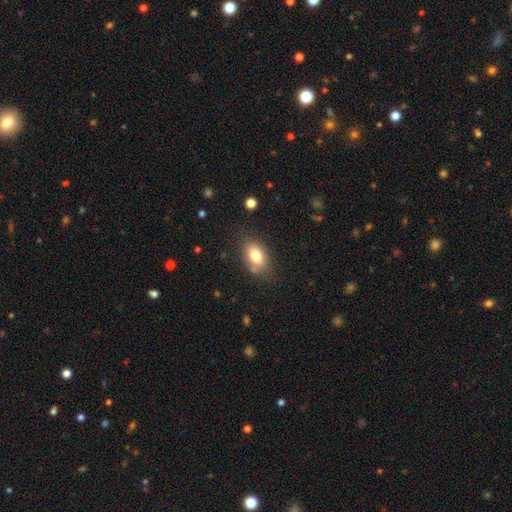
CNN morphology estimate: smooth_or_featured: smooth (p=0.79) [alt: featured or disk p=0.13]
how_rounded: in between (p=0.86) [alt: round p=0.12]
merging: none (p=0.75) [alt: minor disturbance p=0.16]